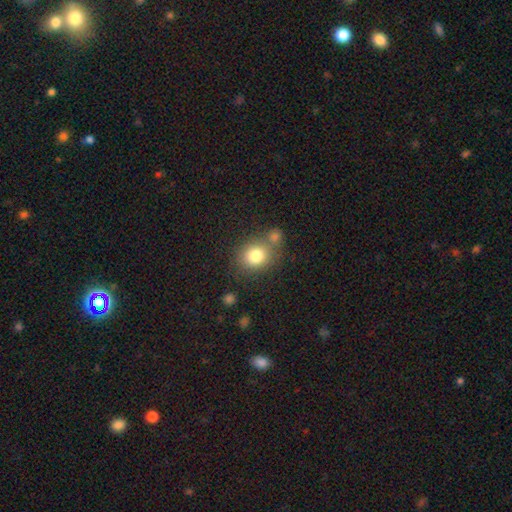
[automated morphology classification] This is likely a smooth galaxy (80%). How rounded: likely round (69%). Merging: likely none (61%).